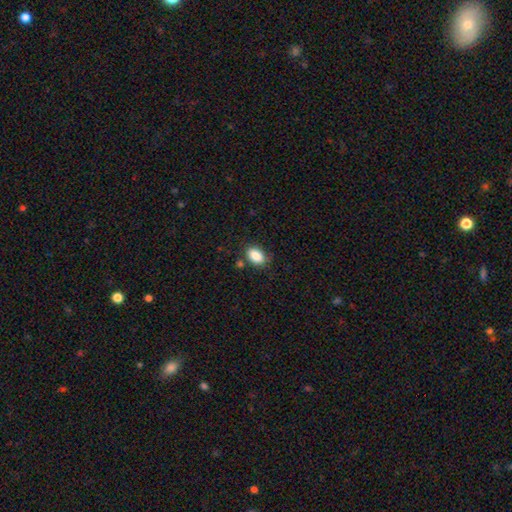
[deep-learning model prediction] Overall: smooth (87%). How rounded: in between (87%). Merging: none (81%).